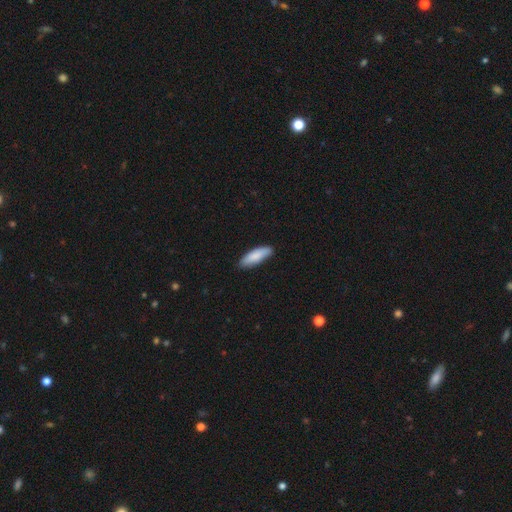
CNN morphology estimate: This is clearly a smooth galaxy (86%). How rounded: possibly in between (52%). Merging: clearly none (86%).